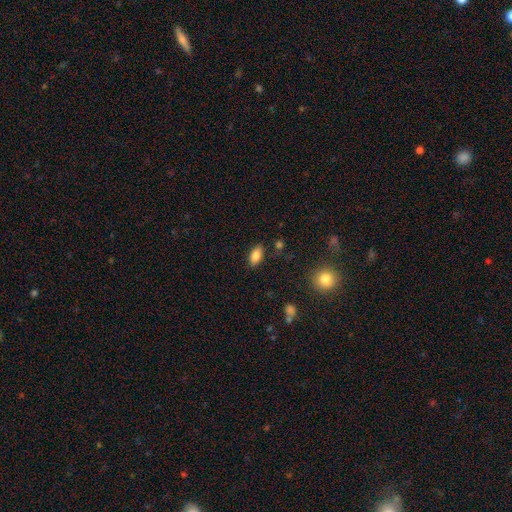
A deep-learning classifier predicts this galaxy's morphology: Smooth or featured?
  - smooth: 84% *
  - star or artifact: 9%
  - featured or disk: 7%
How rounded?
  - in between: 90% *
  - cigar-shaped: 5%
  - round: 4%
Merging?
  - none: 84% *
  - minor disturbance: 11%
  - major disturbance: 3%
  - merger: 2%